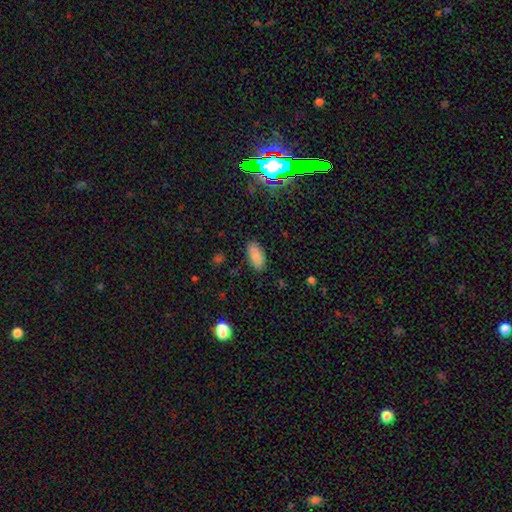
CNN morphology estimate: This is clearly a smooth galaxy (85%). How rounded: clearly in between (93%). Merging: clearly none (86%).